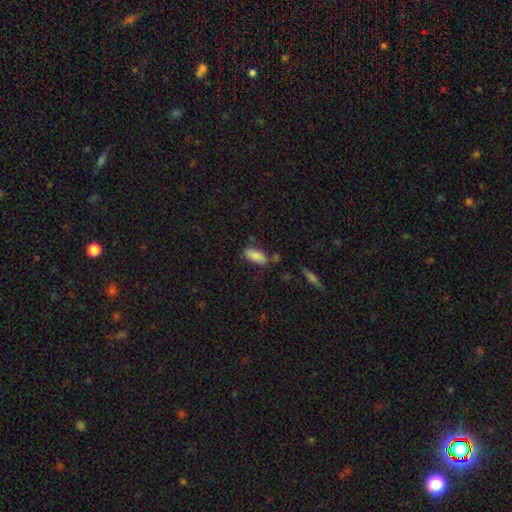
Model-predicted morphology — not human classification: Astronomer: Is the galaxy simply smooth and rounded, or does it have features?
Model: smooth — 87%.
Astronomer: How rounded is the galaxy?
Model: in between — 86%.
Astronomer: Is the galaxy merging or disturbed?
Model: none — 73%.